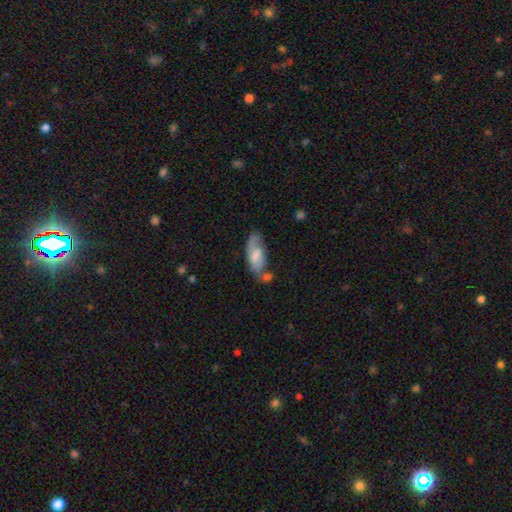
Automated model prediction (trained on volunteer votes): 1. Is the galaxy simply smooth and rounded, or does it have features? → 61% smooth, 33% featured or disk, 7% star or artifact.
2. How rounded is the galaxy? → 82% in between, 16% cigar-shaped, 2% round.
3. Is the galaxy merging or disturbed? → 41% none, 26% minor disturbance, 19% merger, 14% major disturbance.